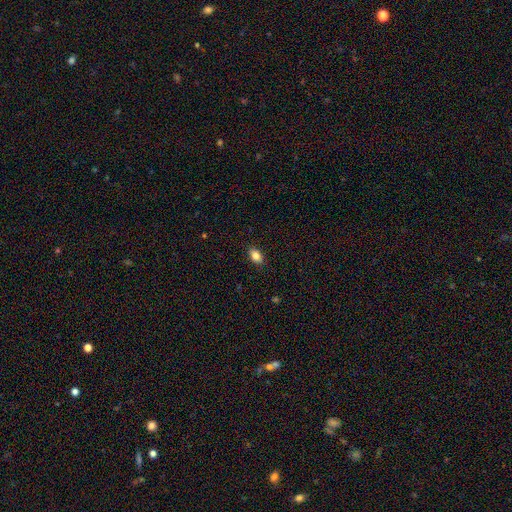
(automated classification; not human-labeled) This appears to be a smooth galaxy with no disk features (85%) that is in between round and cigar-shaped (87%). Merging: none (88%).